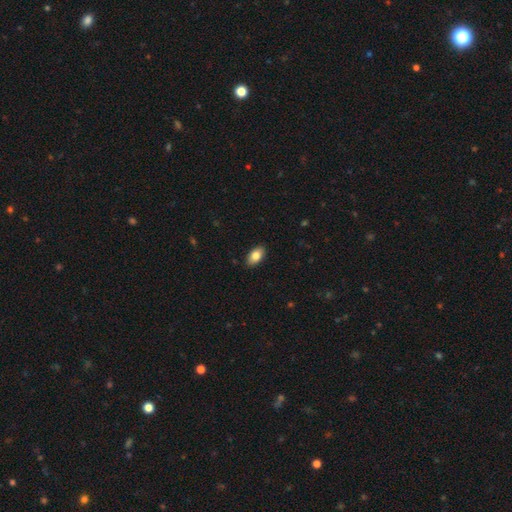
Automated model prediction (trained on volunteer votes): This appears to be a smooth galaxy with no disk features (83%) that is in between round and cigar-shaped (93%). Merging: none (89%).